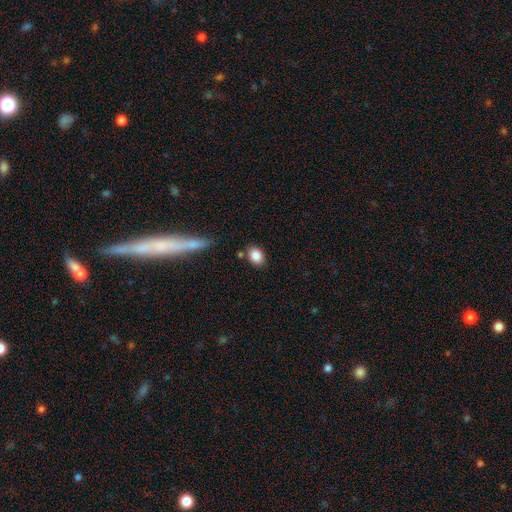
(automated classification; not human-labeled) Morphology: type=smooth (86%); roundness=in between (69%); merging=none (77%).